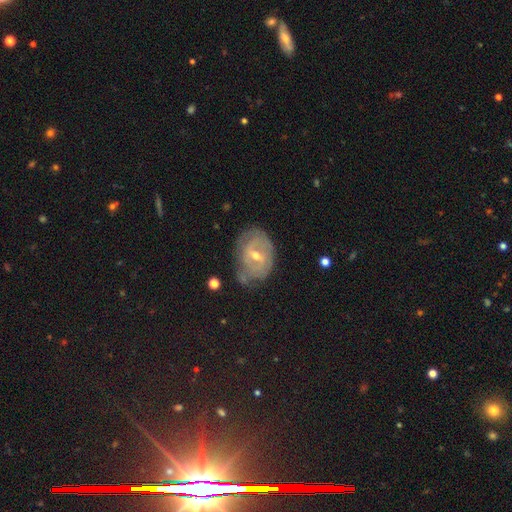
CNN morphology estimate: A featured or disk galaxy (76%) with a weak bar (54%), tight (61%) spiral arms (79%) and a moderate central bulge (53%).

Vote fractions:
- Smooth or featured? featured or disk: 76% / smooth: 16% / star or artifact: 8%
- Edge-on disk? no: 96% / yes: 4%
- Bar? weak: 54% / no: 26% / strong: 20%
- Spiral arms? yes: 79% / no: 21%
- Spiral winding? tight: 61% / medium: 29% / loose: 10%
- Spiral arm count? can't tell: 44% / 2: 35% / 3: 10% / 1: 5% / 4: 3% / more than 4: 3%
- Bulge size? moderate: 53% / small: 44% / large: 1% / none: 1% / dominant: 1%
- Merging? none: 59% / minor disturbance: 28% / major disturbance: 11% / merger: 3%